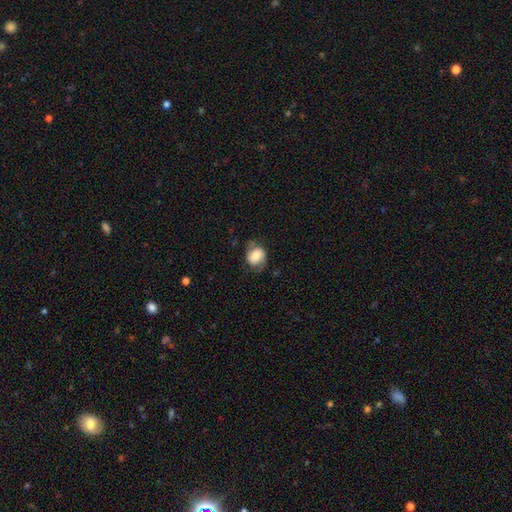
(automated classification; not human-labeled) The model was most divided on "how rounded": round: 51%, in between: 48%, cigar-shaped: 1%. More confident: smooth or featured — smooth (66%); merging — none (59%).